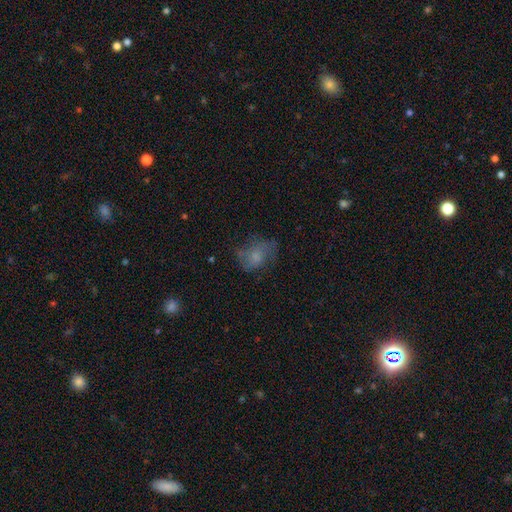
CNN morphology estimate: Smooth or featured?
  - smooth: 56% *
  - featured or disk: 31%
  - star or artifact: 13%
How rounded?
  - in between: 65% *
  - round: 34%
  - cigar-shaped: 2%
Merging?
  - none: 51% *
  - minor disturbance: 25%
  - major disturbance: 23%
  - merger: 2%